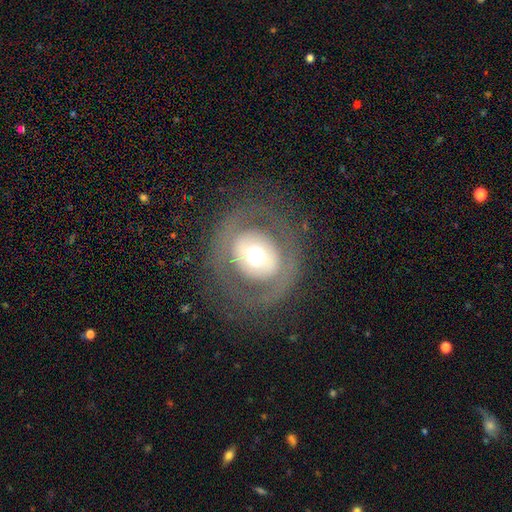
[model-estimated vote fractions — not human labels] Smooth or featured? Predicted: featured or disk (p=0.50). Merging? Predicted: none (p=0.77).